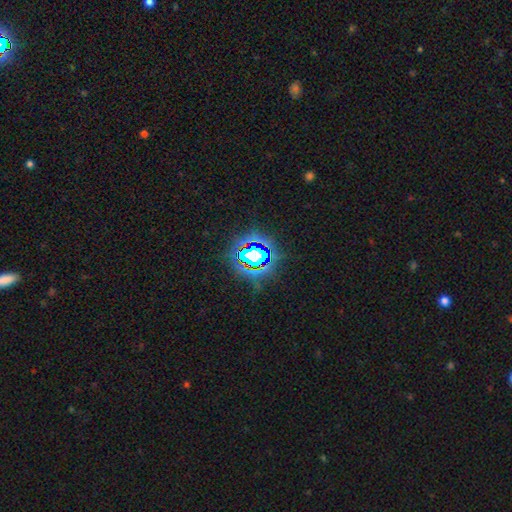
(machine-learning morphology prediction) Q: Smooth or featured?
A: star or artifact (80%); runner-up: smooth (13%)